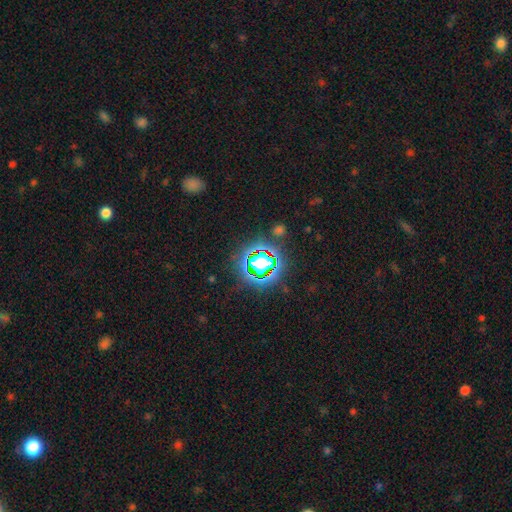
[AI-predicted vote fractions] The model was most divided on "smooth or featured": star or artifact: 79%, smooth: 14%, featured or disk: 7%.